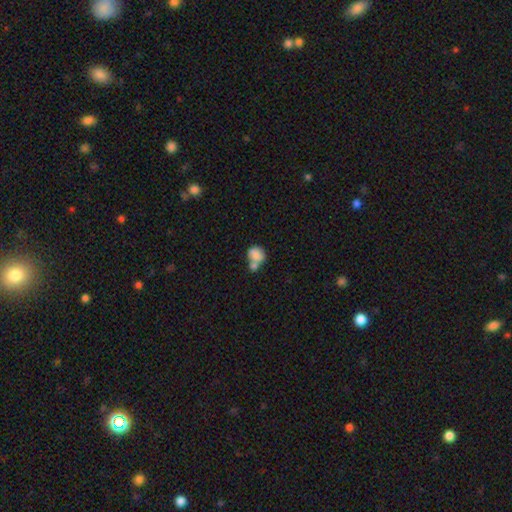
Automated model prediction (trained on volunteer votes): smooth-or-featured: smooth: 79% | featured or disk: 13% | star or artifact: 8%
  how-rounded: round: 66% | in between: 33% | cigar-shaped: 1%
  merging: merger: 56% | none: 28% | minor disturbance: 11% | major disturbance: 5%